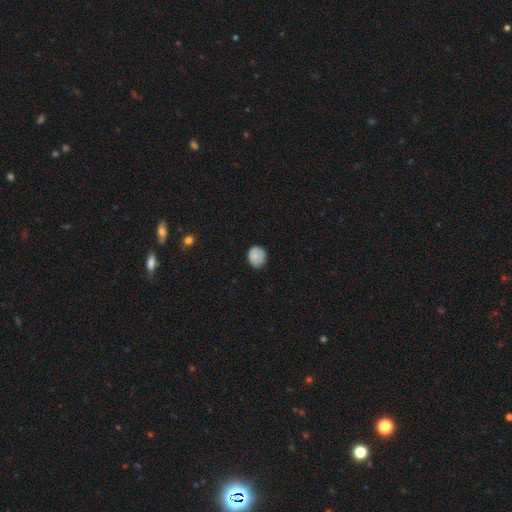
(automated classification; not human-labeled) This appears to be a smooth galaxy with no disk features (84%) that is round (67%). Merging: none (77%).